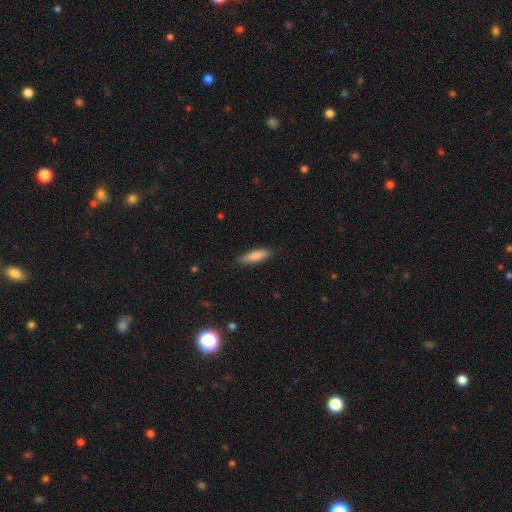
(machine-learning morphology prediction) smooth 83%, featured or disk 11%, star or artifact 6%. Down the decision tree: how rounded — cigar-shaped (65%); merging — none (85%).